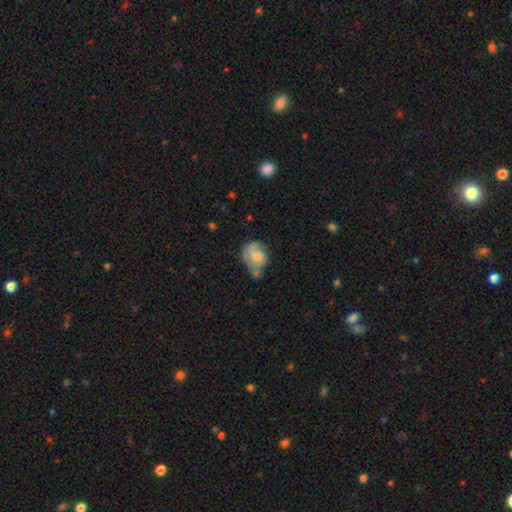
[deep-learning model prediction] smooth-or-featured: smooth: 52% | featured or disk: 40% | star or artifact: 8%
  how-rounded: round: 50% | in between: 49% | cigar-shaped: 1%
  merging: none: 31% | minor disturbance: 30% | major disturbance: 22% | merger: 17%